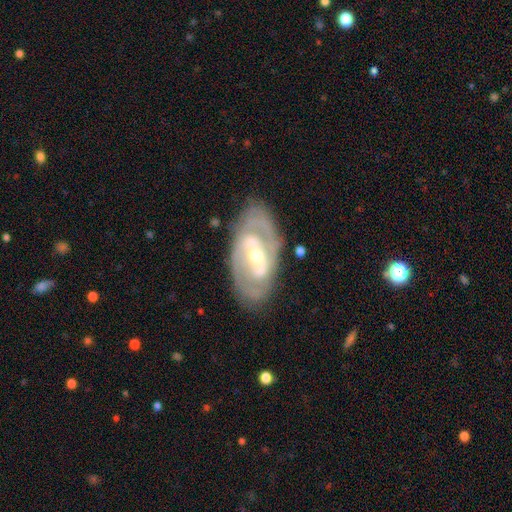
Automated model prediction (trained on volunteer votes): This is clearly a featured or disk galaxy (83%). It is clearly not viewed edge-on (94%). Bar: marginally strong (43%). Spiral arm pattern: clearly yes (82%). Spiral arm count: likely 2 (73%). Spiral winding: possibly tight (50%). Central bulge: possibly small (50%). Merging: likely none (79%).